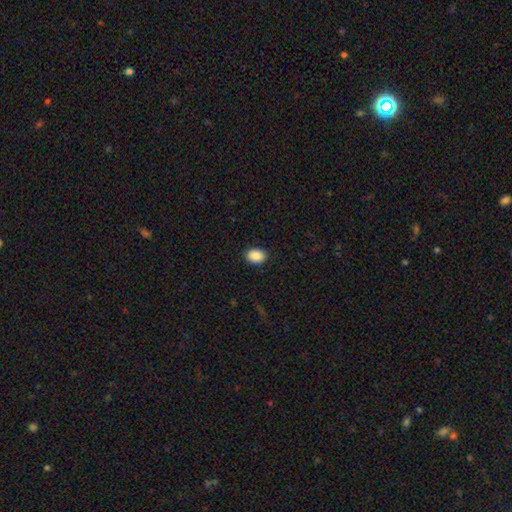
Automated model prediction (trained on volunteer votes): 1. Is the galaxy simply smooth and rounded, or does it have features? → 89% smooth, 8% star or artifact, 4% featured or disk.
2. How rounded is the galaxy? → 75% in between, 25% round, 1% cigar-shaped.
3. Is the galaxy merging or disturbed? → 90% none, 7% minor disturbance, 2% major disturbance, 1% merger.